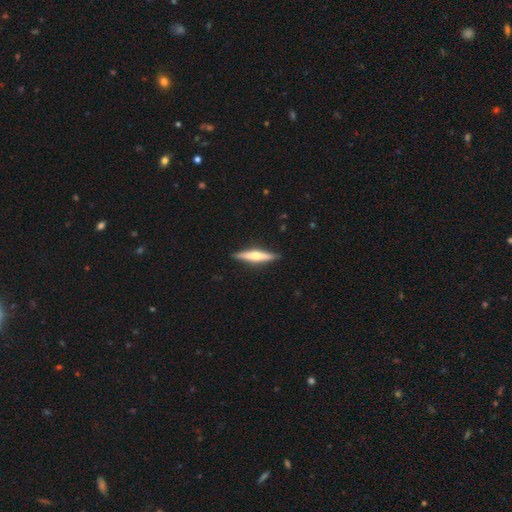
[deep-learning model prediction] The model was most divided on "smooth or featured": featured or disk: 60%, smooth: 35%, star or artifact: 5%. More confident: edge-on disk — yes (96%); merging — none (90%); edge-on bulge — rounded (89%).